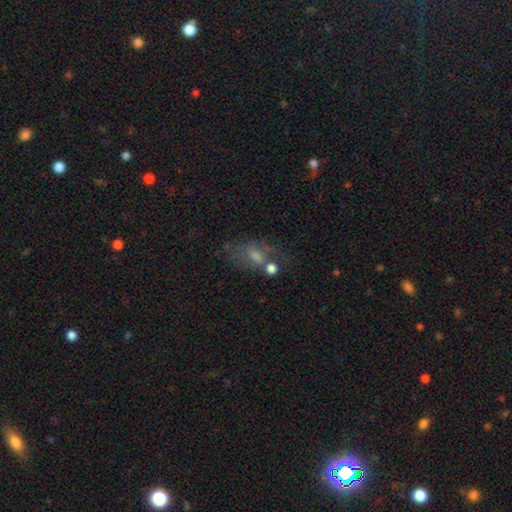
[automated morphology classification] Smooth or featured: smooth — 41% (featured or disk — 37%)
Merging: none — 45% (merger — 20%)